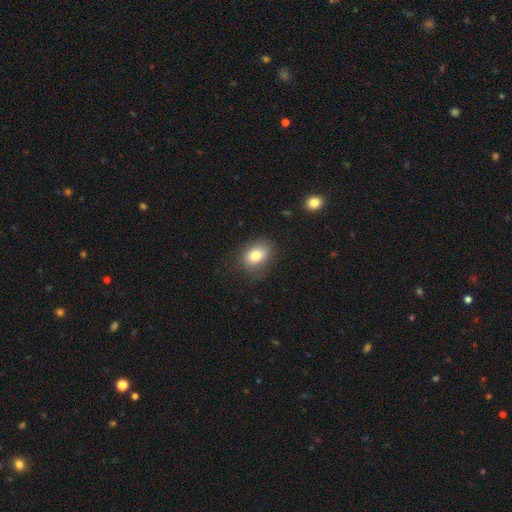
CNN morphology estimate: smooth-or-featured: smooth: 80% | featured or disk: 10% | star or artifact: 9%
  how-rounded: in between: 71% | round: 28% | cigar-shaped: 1%
  merging: none: 75% | minor disturbance: 18% | major disturbance: 5% | merger: 1%